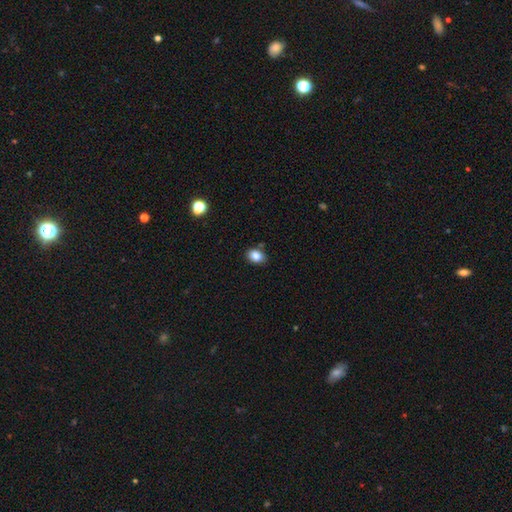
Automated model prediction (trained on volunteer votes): The model was most divided on "how rounded": in between: 65%, round: 34%, cigar-shaped: 1%. More confident: smooth or featured — smooth (85%); merging — none (81%).